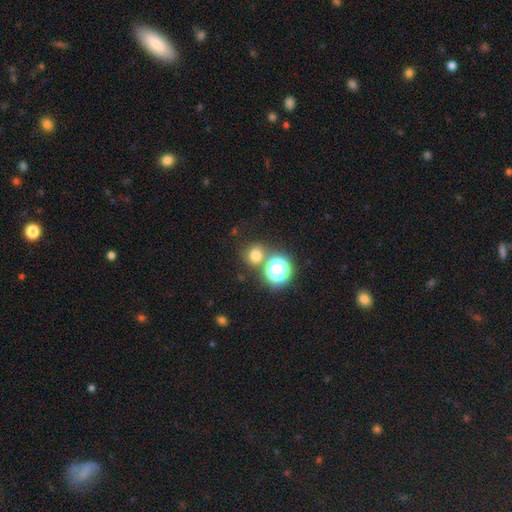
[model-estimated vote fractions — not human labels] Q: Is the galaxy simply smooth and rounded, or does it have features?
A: smooth — 70%.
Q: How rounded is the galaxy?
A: round — 85%.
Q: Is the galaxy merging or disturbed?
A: none — 69%.